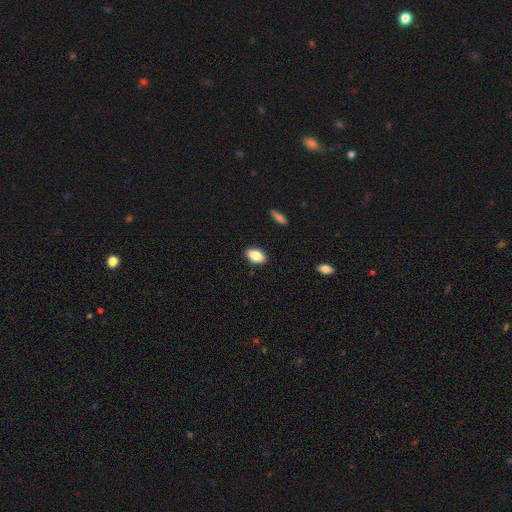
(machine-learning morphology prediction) This appears to be a smooth galaxy with no disk features (84%) that is in between round and cigar-shaped (91%). Merging: none (88%).